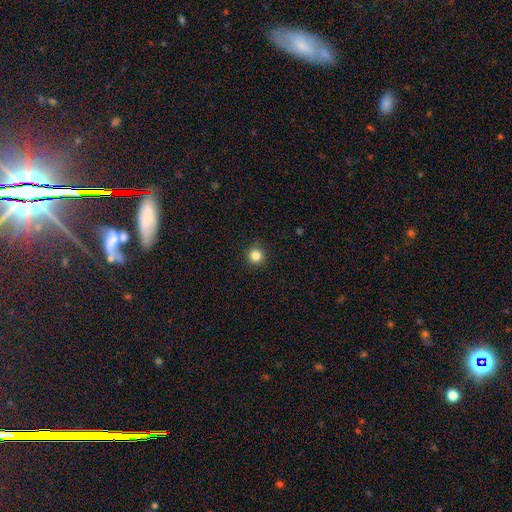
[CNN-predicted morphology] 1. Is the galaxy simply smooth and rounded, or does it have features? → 84% smooth, 12% star or artifact, 4% featured or disk.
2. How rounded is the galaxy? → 95% round, 4% in between, 1% cigar-shaped.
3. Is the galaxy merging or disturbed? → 92% none, 5% minor disturbance, 2% major disturbance, 1% merger.